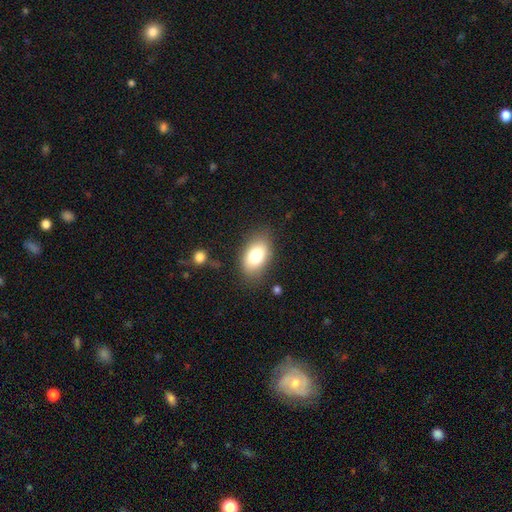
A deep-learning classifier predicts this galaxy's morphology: A smooth galaxy with no disk features (79%) that is in between round and cigar-shaped (90%). Merging: none (80%).